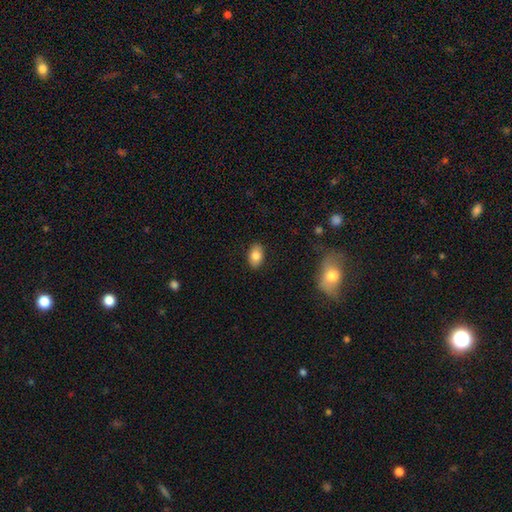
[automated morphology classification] smooth-or-featured: smooth: 82% | featured or disk: 10% | star or artifact: 8%
  how-rounded: in between: 89% | round: 10% | cigar-shaped: 1%
  merging: none: 88% | minor disturbance: 9% | major disturbance: 2% | merger: 1%